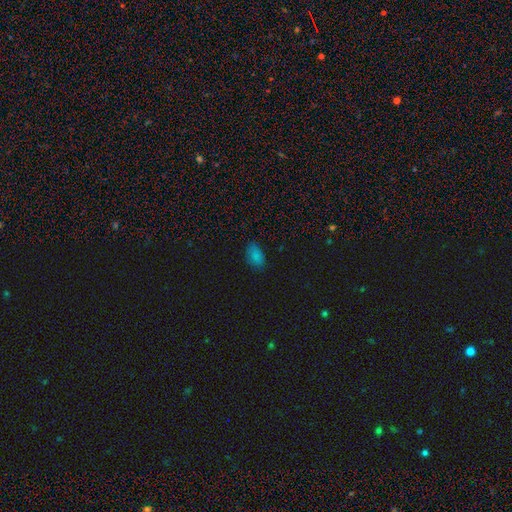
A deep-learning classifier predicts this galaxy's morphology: The model was most divided on "smooth or featured": smooth: 75%, star or artifact: 19%, featured or disk: 6%. More confident: how rounded — in between (90%); merging — none (82%).